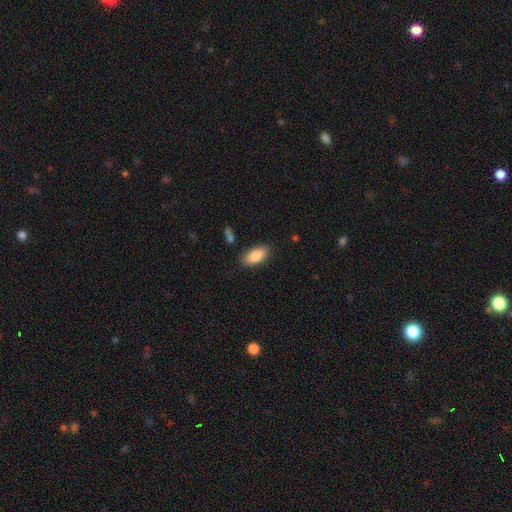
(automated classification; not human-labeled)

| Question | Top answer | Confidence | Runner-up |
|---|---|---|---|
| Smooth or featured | smooth | 85% | featured or disk (8%) |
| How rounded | in between | 89% | cigar-shaped (8%) |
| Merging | none | 85% | minor disturbance (11%) |